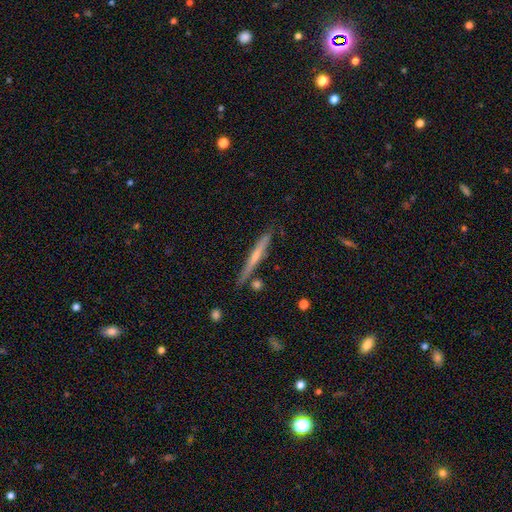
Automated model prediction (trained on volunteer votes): The model was most divided on "edge-on bulge": rounded: 55%, none: 40%, boxy: 5%. More confident: edge-on disk — yes (96%); merging — none (82%); smooth or featured — featured or disk (58%).